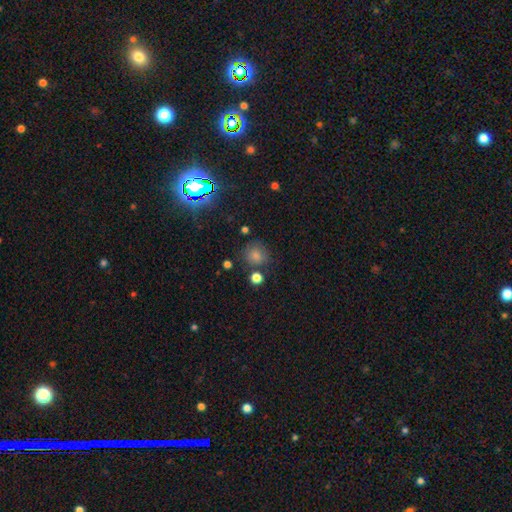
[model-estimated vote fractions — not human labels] Smooth or featured? Predicted: smooth (p=0.75). How rounded? Predicted: round (p=0.86). Merging? Predicted: none (p=0.72).